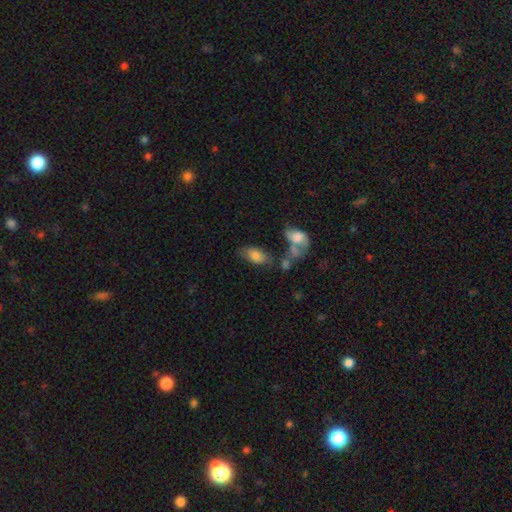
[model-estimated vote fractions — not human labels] A smooth galaxy with no disk features (77%) that is in between round and cigar-shaped (92%).

Vote fractions:
- Smooth or featured? smooth: 77% / featured or disk: 15% / star or artifact: 8%
- How rounded? in between: 92% / round: 4% / cigar-shaped: 3%
- Merging? none: 48% / minor disturbance: 21% / merger: 18% / major disturbance: 12%